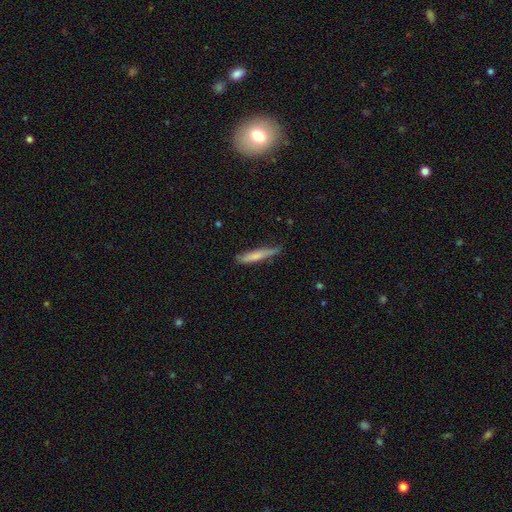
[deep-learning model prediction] This is likely a smooth galaxy (69%). How rounded: clearly cigar-shaped (91%). Merging: likely none (64%).